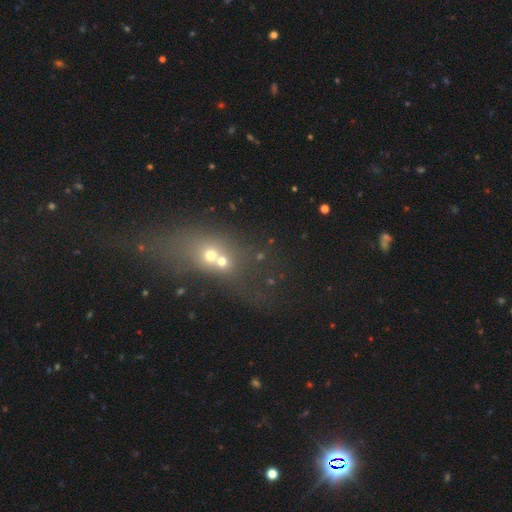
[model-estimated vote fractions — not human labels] smooth-or-featured: smooth: 37% (tied) | star or artifact: 37% (tied) | featured or disk: 25%
  merging: merger: 45% | none: 28% | major disturbance: 15% | minor disturbance: 12%